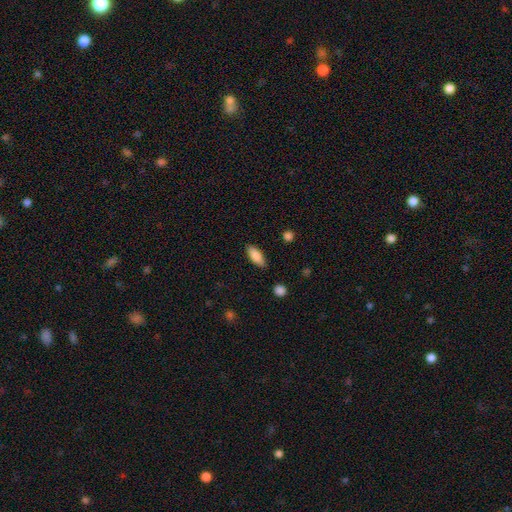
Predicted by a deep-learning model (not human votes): A smooth galaxy with no disk features (85%) that is in between round and cigar-shaped (72%). Merging: none (84%).